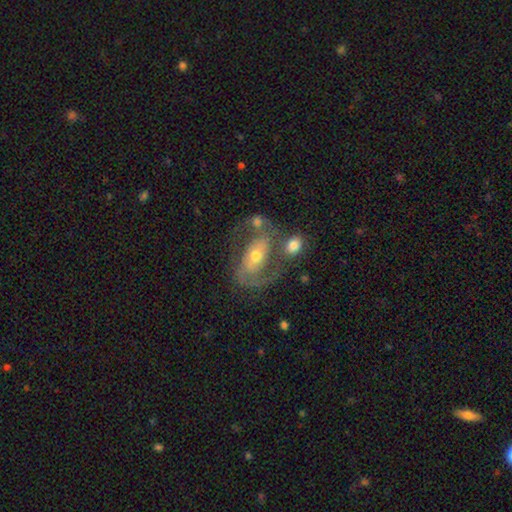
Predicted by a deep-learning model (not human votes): Smooth or featured: featured or disk — 77% (smooth — 17%)
Edge-on disk: no — 95% (yes — 5%)
Bar: no — 45% (weak — 33%)
Spiral arms: yes — 83% (no — 17%)
Spiral winding: medium — 49% (loose — 26%)
Spiral arm count: 2 — 77% (1 — 10%)
Bulge size: moderate — 59% (small — 34%)
Merging: none — 45% (merger — 21%)